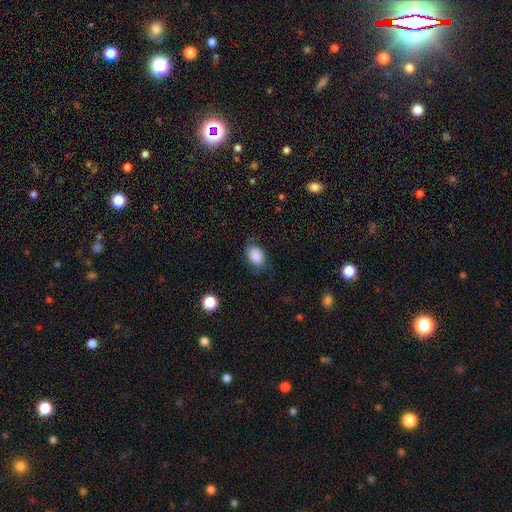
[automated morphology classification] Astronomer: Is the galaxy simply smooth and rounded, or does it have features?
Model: smooth — 83%.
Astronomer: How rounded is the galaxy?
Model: in between — 78%.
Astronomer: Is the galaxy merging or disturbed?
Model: none — 69%.